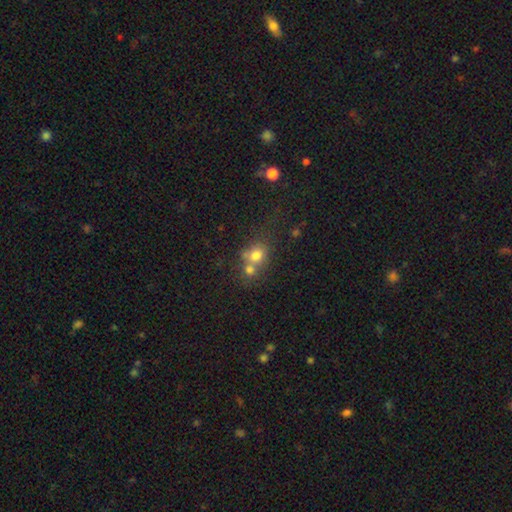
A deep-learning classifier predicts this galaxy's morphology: This is likely a smooth galaxy (72%). How rounded: likely round (68%). Merging: possibly merger (52%).